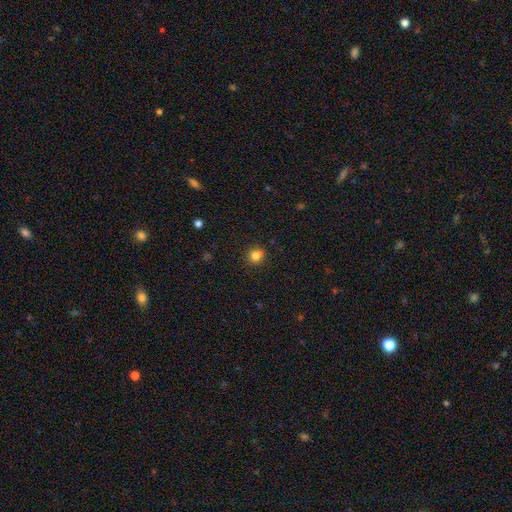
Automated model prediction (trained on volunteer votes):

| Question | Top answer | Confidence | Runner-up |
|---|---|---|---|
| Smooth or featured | smooth | 82% | star or artifact (13%) |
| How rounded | round | 83% | in between (16%) |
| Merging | none | 88% | minor disturbance (9%) |